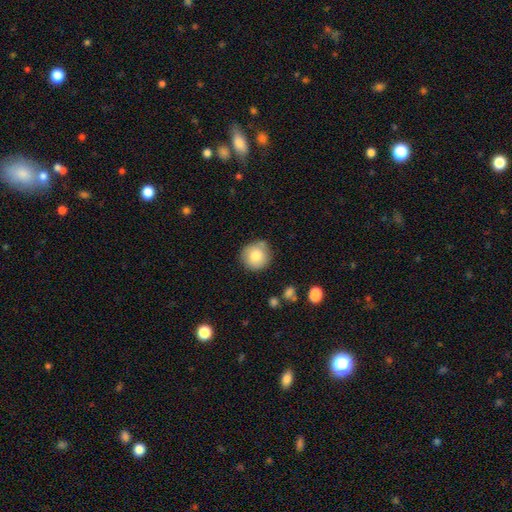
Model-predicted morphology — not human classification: Q: Smooth or featured?
A: smooth (79%); runner-up: featured or disk (12%)
Q: How rounded?
A: round (92%); runner-up: in between (7%)
Q: Merging?
A: none (77%); runner-up: minor disturbance (15%)